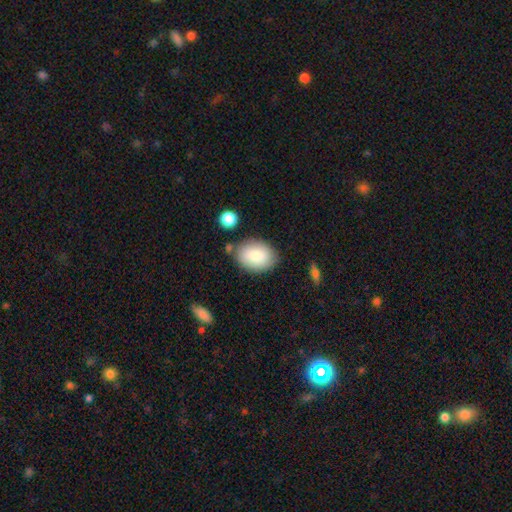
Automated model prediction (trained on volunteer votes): Q: Smooth or featured?
A: smooth (83%); runner-up: featured or disk (10%)
Q: How rounded?
A: in between (83%); runner-up: round (16%)
Q: Merging?
A: none (75%); runner-up: minor disturbance (15%)